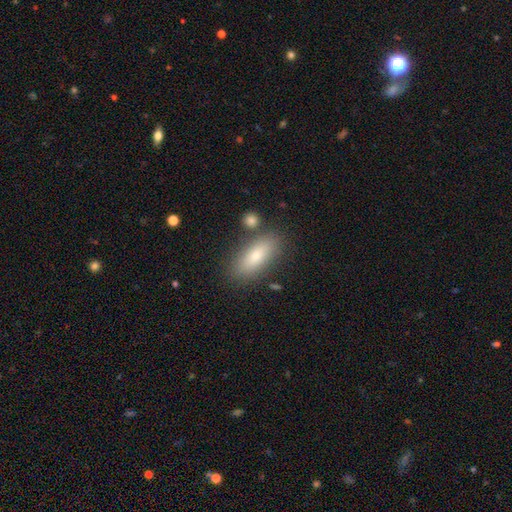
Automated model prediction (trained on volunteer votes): Morphology: type=smooth (77%); roundness=in between (76%); merging=none (79%).